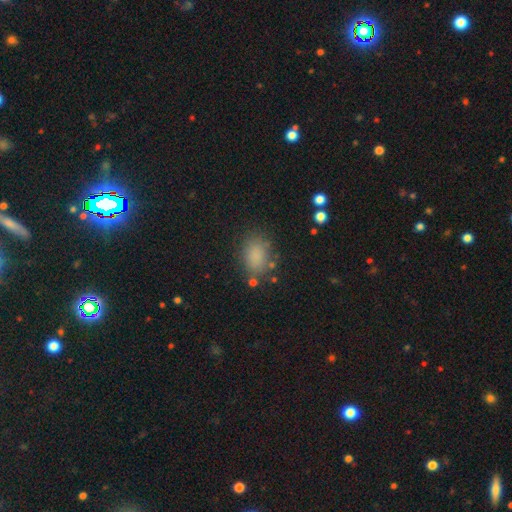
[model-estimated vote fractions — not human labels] smooth 82%, star or artifact 12%, featured or disk 6%. Down the decision tree: how rounded — in between (80%); merging — none (75%).